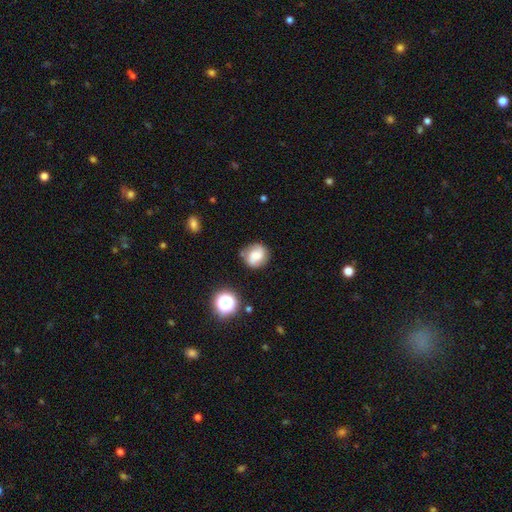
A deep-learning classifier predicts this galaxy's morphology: smooth 56%, featured or disk 32%, star or artifact 12%. Down the decision tree: how rounded — round (76%); merging — none (71%).